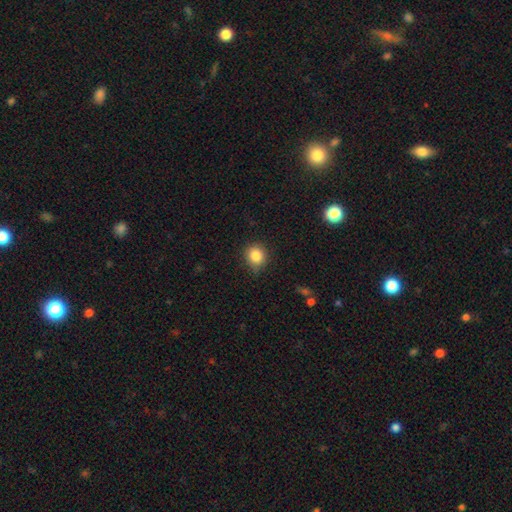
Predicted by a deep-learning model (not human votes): This is clearly a smooth galaxy (85%). How rounded: clearly round (82%). Merging: clearly none (82%).